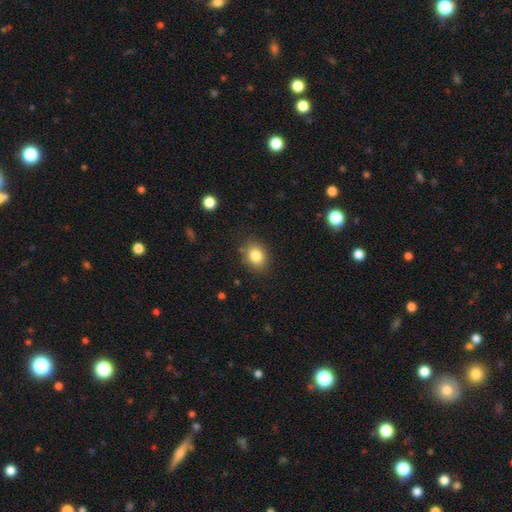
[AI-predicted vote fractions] Smooth or featured? Predicted: smooth (p=0.83). How rounded? Predicted: in between (p=0.50). Merging? Predicted: none (p=0.83).